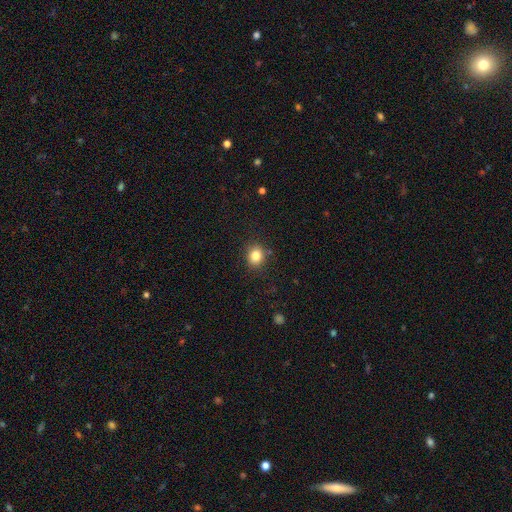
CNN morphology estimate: Smooth or featured? Predicted: smooth (p=0.82). How rounded? Predicted: round (p=0.72). Merging? Predicted: none (p=0.86).